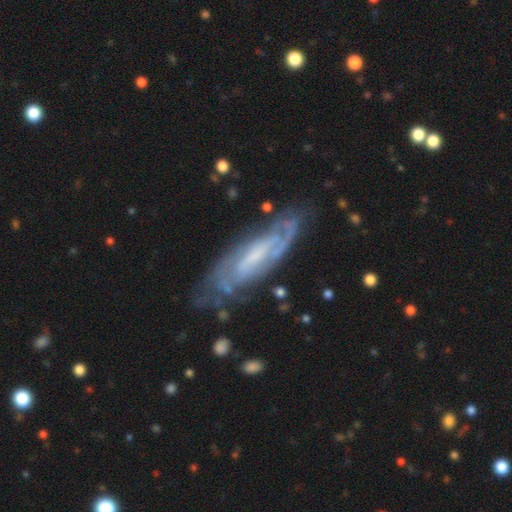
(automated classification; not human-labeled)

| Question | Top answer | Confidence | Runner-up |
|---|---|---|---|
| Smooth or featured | featured or disk | 78% | smooth (15%) |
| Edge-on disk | no | 79% | yes (21%) |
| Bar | weak | 43% | no (36%) |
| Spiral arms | yes | 90% | no (10%) |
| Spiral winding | tight | 59% | medium (32%) |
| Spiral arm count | can't tell | 47% | 2 (33%) |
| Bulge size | small | 41% | moderate (28%) |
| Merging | none | 69% | minor disturbance (21%) |